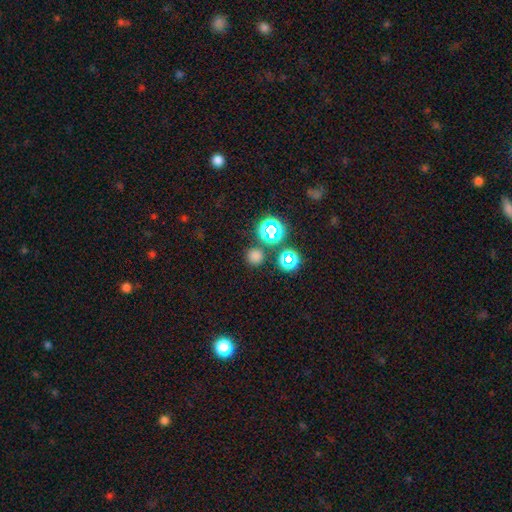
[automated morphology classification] Smooth or featured? smooth (65%)
How rounded? round (92%)
Merging? none (82%)